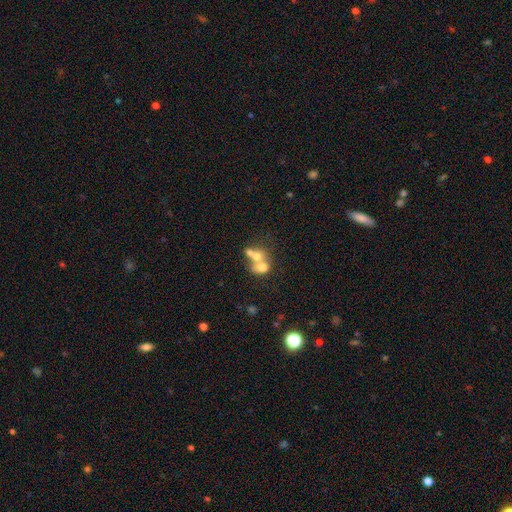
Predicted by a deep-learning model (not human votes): Morphology: type=smooth (62%); roundness=in between (51%); merging=merger (67%).